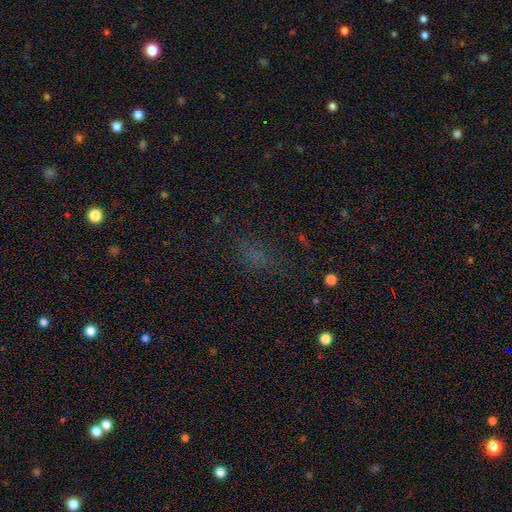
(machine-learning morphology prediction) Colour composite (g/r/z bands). It shows a smooth galaxy with no disk features (50%). Merging: none (64%).